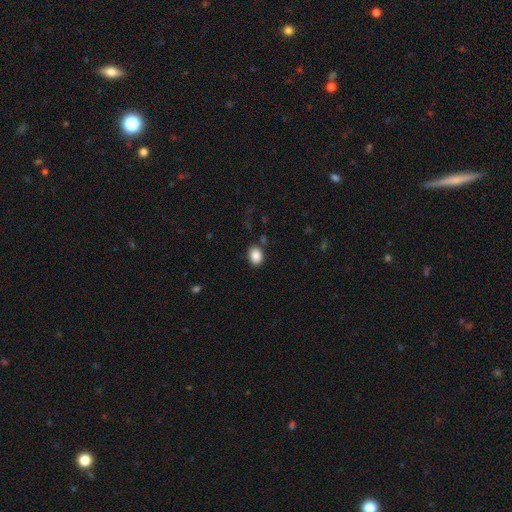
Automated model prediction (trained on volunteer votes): Smooth or featured?
  - smooth: 88% *
  - star or artifact: 9%
  - featured or disk: 4%
How rounded?
  - in between: 62% *
  - round: 37%
  - cigar-shaped: 1%
Merging?
  - none: 84% *
  - minor disturbance: 10%
  - major disturbance: 3%
  - merger: 3%